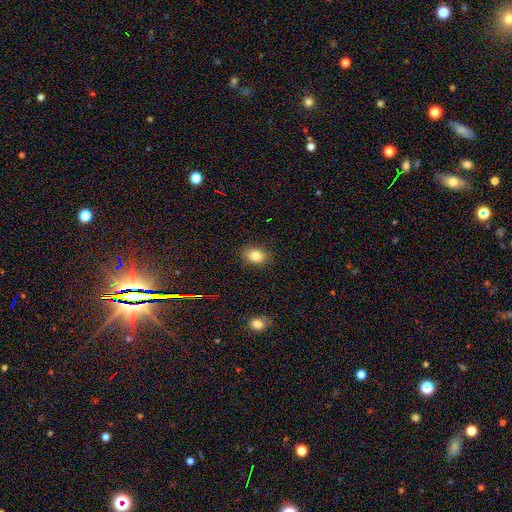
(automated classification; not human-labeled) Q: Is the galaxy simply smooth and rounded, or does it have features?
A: smooth — 81%.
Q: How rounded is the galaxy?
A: in between — 71%.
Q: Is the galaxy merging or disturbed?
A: none — 86%.